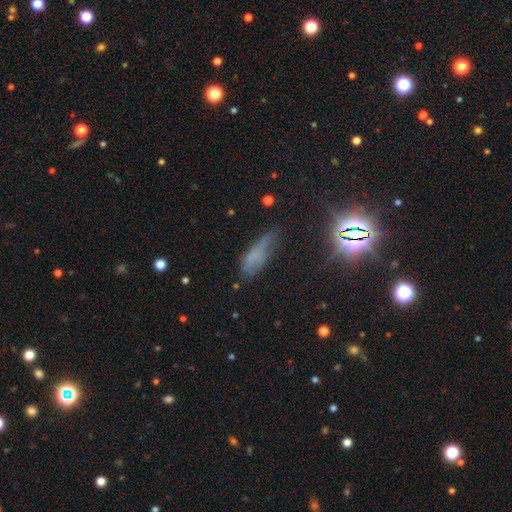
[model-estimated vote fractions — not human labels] Overall: smooth (54%; star or artifact 25%). How rounded: in between (49%; cigar-shaped 48%). Merging: none (41%; minor disturbance 36%).